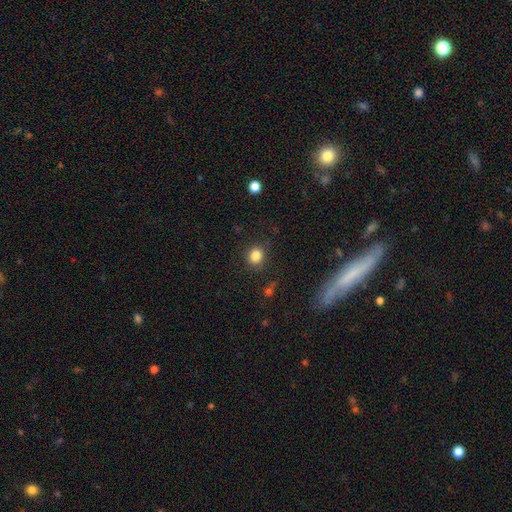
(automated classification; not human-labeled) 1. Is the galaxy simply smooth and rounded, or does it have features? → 84% smooth, 11% star or artifact, 5% featured or disk.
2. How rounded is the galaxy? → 79% round, 20% in between, 1% cigar-shaped.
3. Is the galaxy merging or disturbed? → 85% none, 10% minor disturbance, 3% major disturbance, 2% merger.